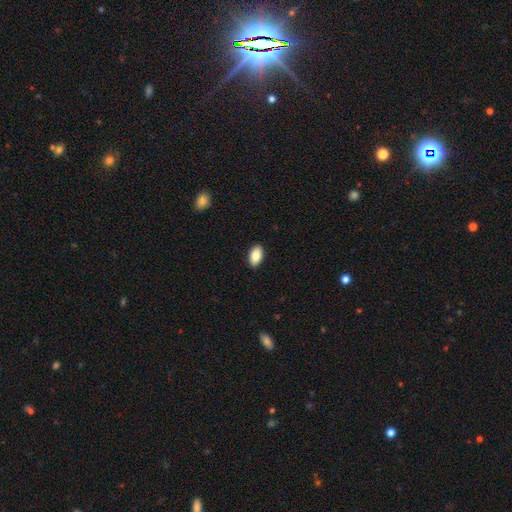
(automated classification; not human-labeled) Smooth or featured? Predicted: smooth (p=0.86). How rounded? Predicted: in between (p=0.93). Merging? Predicted: none (p=0.90).